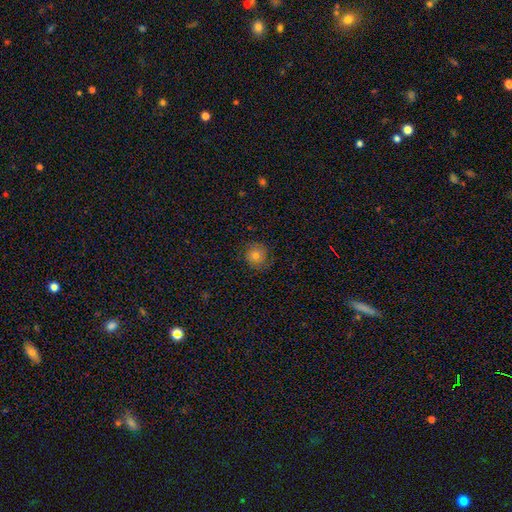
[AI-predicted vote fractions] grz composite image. It shows a smooth galaxy with no disk features (71%) that is round (91%). Merging: none (80%).